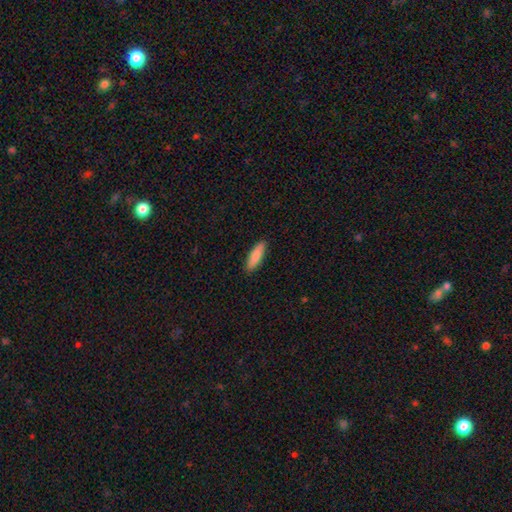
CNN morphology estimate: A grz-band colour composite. It shows a smooth galaxy with no disk features (87%) that is cigar-shaped (59%). Merging: none (90%).